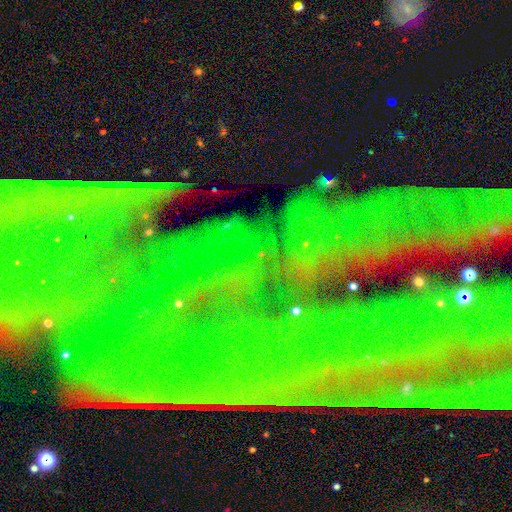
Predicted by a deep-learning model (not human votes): smooth_or_featured: star or artifact (p=0.81) [alt: featured or disk p=0.11]